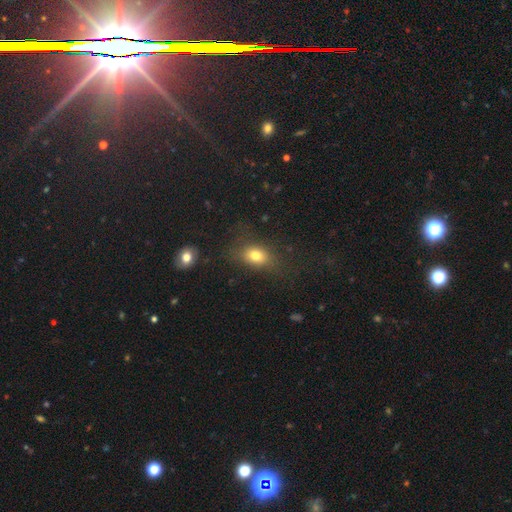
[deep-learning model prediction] A smooth galaxy with no disk features (77%) that is in between round and cigar-shaped (69%). Merging: none (71%).